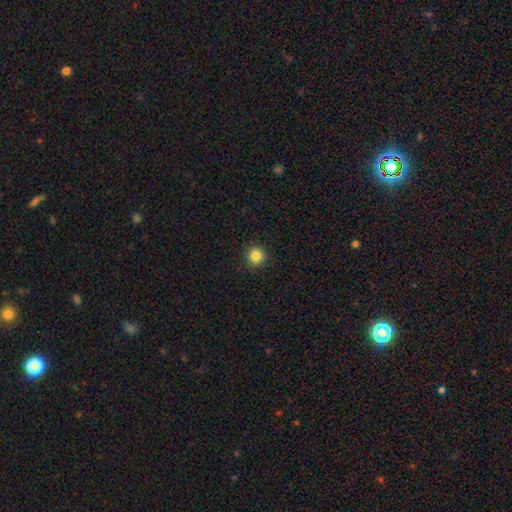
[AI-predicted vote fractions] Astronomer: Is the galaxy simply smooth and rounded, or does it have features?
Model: smooth — 83%.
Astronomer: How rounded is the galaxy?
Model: round — 94%.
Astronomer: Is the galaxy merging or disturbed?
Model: none — 92%.